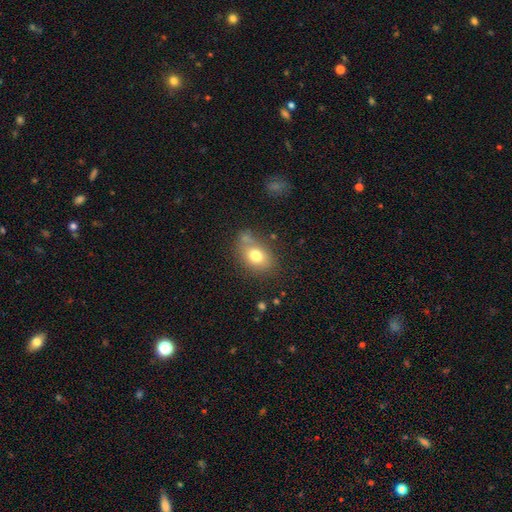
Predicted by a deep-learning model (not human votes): Smooth or featured? Predicted: smooth (p=0.75). How rounded? Predicted: in between (p=0.74). Merging? Predicted: none (p=0.62).